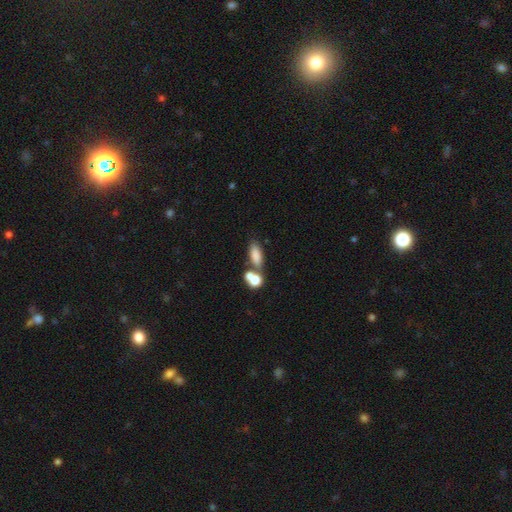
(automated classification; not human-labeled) A smooth galaxy with no disk features (79%) that is in between round and cigar-shaped (78%). Merging: none (51%).